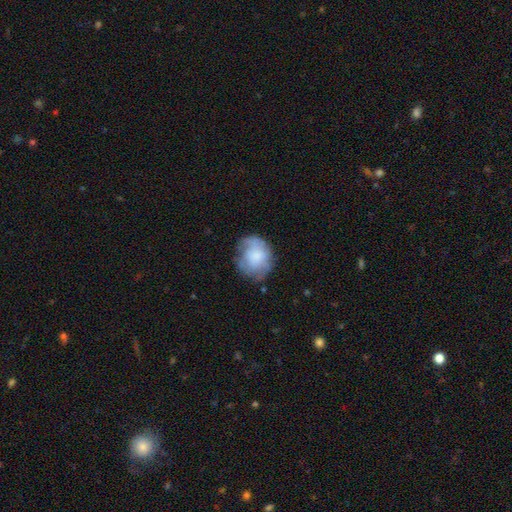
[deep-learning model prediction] This appears to be a smooth galaxy with no disk features (59%) that is round (71%). Merging: none (55%).